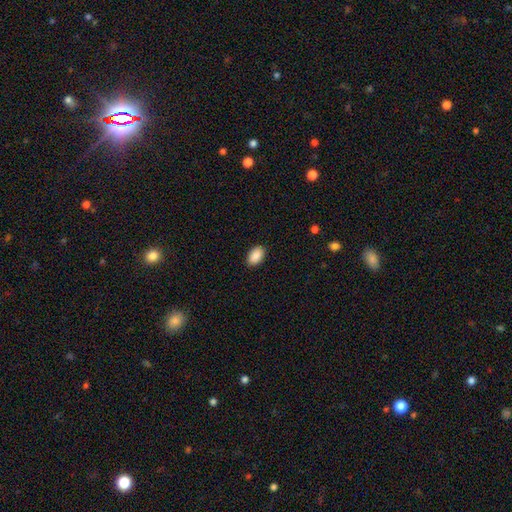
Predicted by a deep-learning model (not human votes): Smooth or featured? Predicted: smooth (p=0.90). How rounded? Predicted: in between (p=0.92). Merging? Predicted: none (p=0.89).